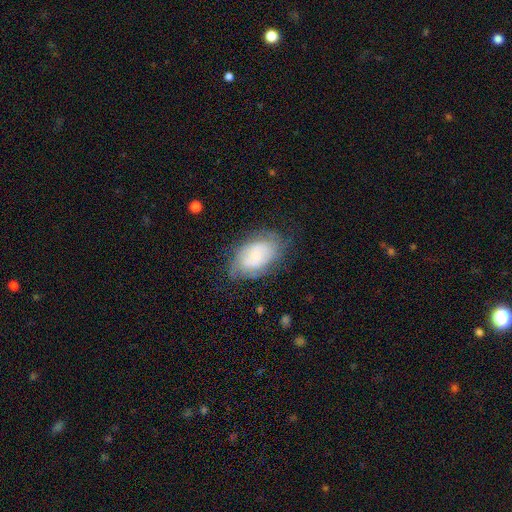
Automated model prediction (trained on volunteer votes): Morphology: type=featured or disk (47%); merging=none (64%).